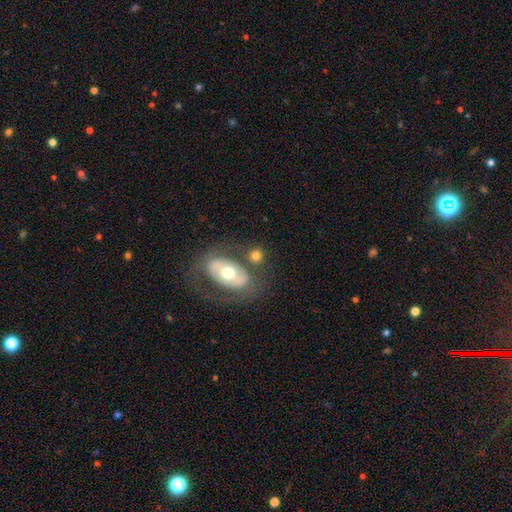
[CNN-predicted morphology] The model was most divided on "how rounded": in between: 53%, round: 45%, cigar-shaped: 2%. More confident: merging — none (62%); smooth or featured — smooth (60%).